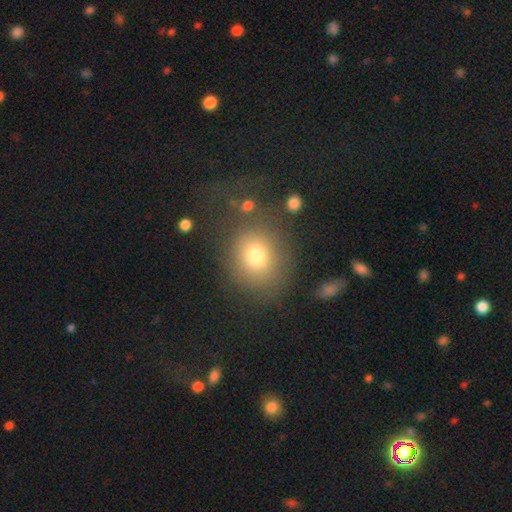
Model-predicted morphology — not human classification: Smooth or featured?
  - smooth: 74% *
  - star or artifact: 14%
  - featured or disk: 12%
How rounded?
  - round: 70% *
  - in between: 29%
  - cigar-shaped: 1%
Merging?
  - none: 71% *
  - minor disturbance: 14%
  - major disturbance: 10%
  - merger: 4%